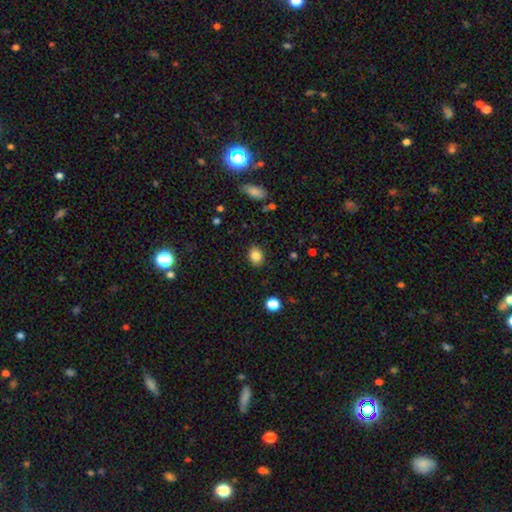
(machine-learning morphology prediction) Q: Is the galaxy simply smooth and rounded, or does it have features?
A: smooth — 85%.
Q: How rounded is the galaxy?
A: in between — 58%.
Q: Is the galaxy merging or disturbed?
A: none — 87%.